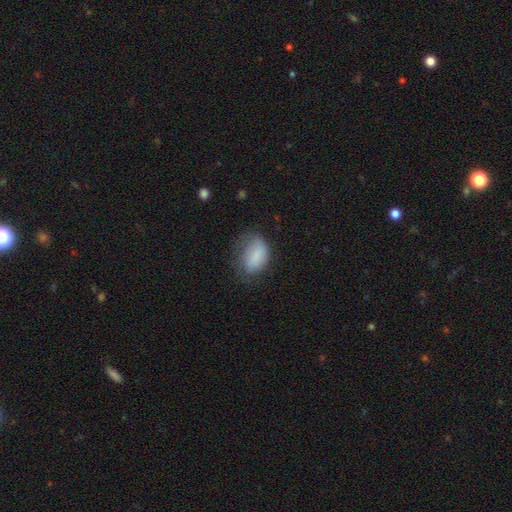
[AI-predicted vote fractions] Smooth or featured: smooth — 80% (featured or disk — 12%)
How rounded: in between — 78% (round — 20%)
Merging: none — 48% (minor disturbance — 33%)